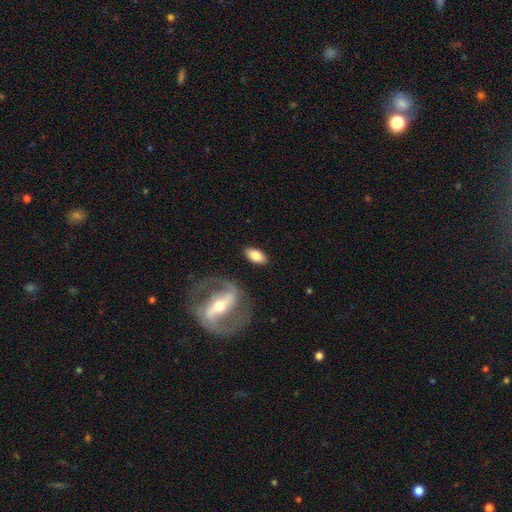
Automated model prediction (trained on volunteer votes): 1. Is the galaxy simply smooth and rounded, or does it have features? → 71% smooth, 22% featured or disk, 6% star or artifact.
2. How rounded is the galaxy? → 91% in between, 5% cigar-shaped, 4% round.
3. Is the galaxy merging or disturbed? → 83% none, 11% minor disturbance, 4% major disturbance, 3% merger.